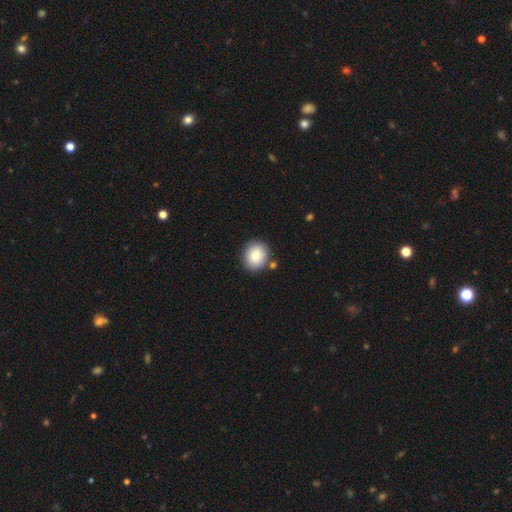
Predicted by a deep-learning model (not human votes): smooth 87%, star or artifact 7%, featured or disk 5%. Down the decision tree: how rounded — round (76%); merging — none (81%).